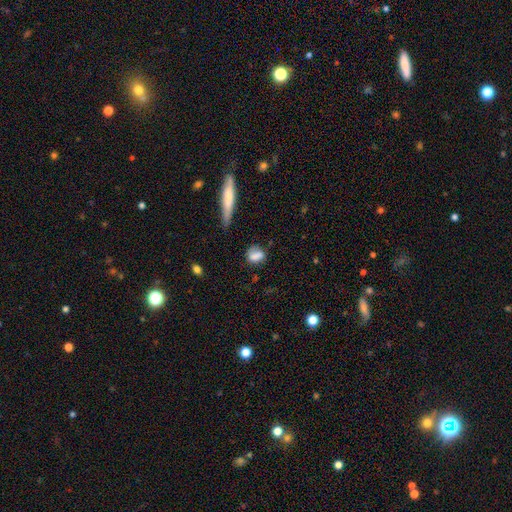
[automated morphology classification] This is likely a smooth galaxy (79%). How rounded: possibly in between (57%). Merging: likely none (63%).